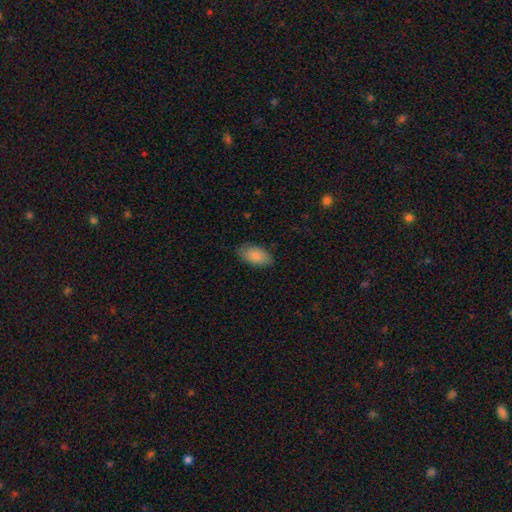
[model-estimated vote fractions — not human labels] A smooth galaxy with no disk features (87%) that is in between round and cigar-shaped (94%). Merging: none (83%).